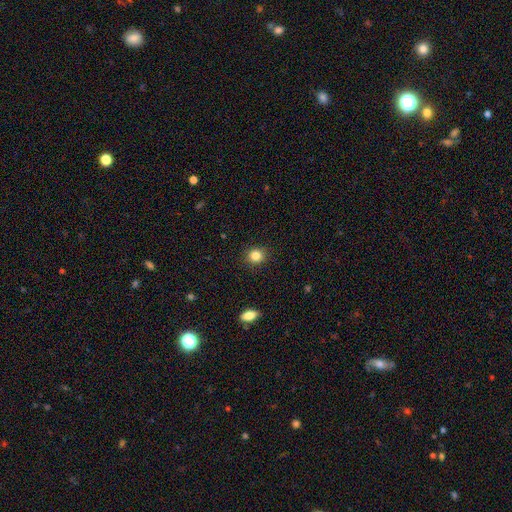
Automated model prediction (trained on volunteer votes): Smooth or featured? smooth (85%)
How rounded? round (83%)
Merging? none (90%)